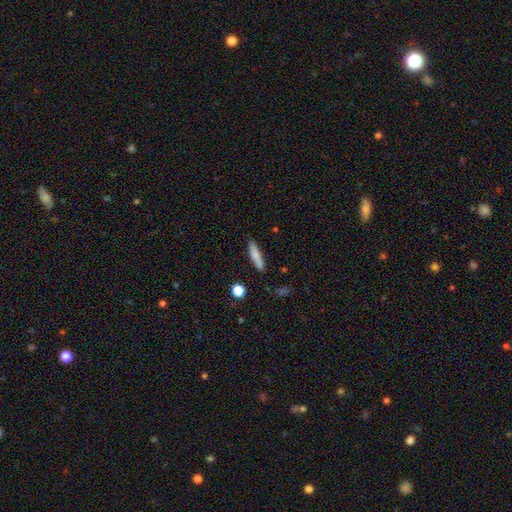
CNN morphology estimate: Smooth or featured?
  - smooth: 75% *
  - featured or disk: 18%
  - star or artifact: 7%
How rounded?
  - cigar-shaped: 79% *
  - in between: 19%
  - round: 2%
Merging?
  - none: 84% *
  - minor disturbance: 11%
  - merger: 2%
  - major disturbance: 2%